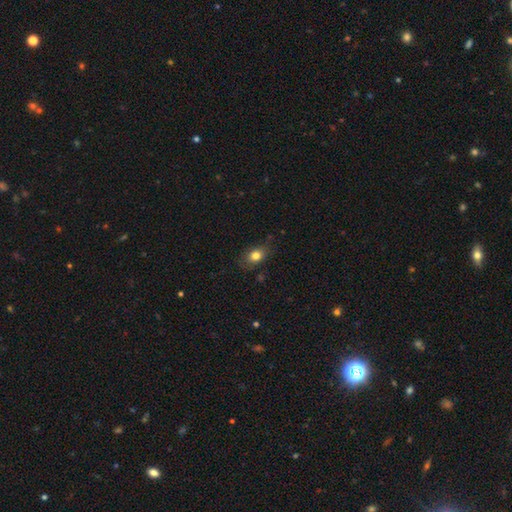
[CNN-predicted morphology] Smooth or featured: smooth — 79% (featured or disk — 11%)
How rounded: in between — 68% (round — 29%)
Merging: none — 74% (minor disturbance — 20%)